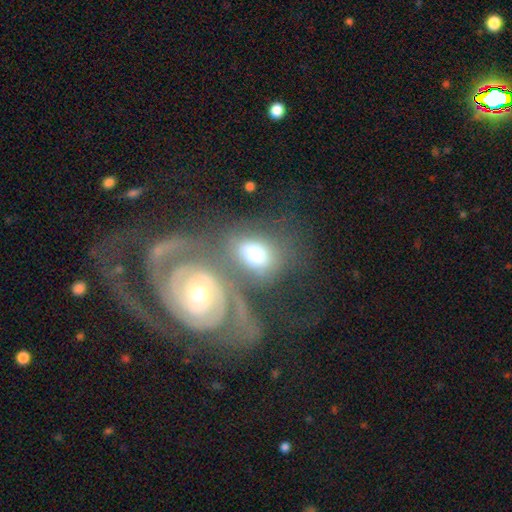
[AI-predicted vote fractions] smooth 48%, featured or disk 42%, star or artifact 9%. Down the decision tree: merging — merger (40%).